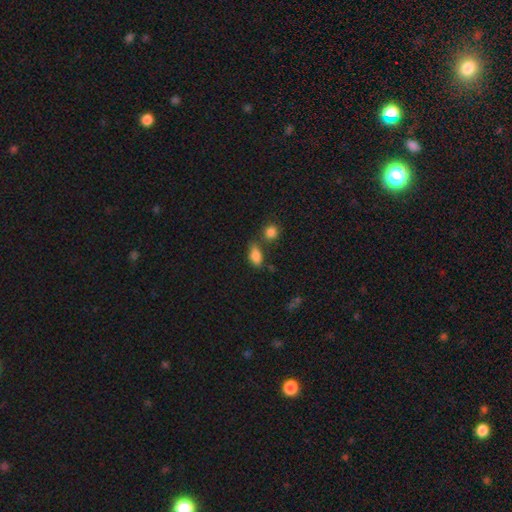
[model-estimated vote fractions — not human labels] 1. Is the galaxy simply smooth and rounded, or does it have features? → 83% smooth, 10% star or artifact, 6% featured or disk.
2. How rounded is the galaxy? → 85% in between, 10% round, 5% cigar-shaped.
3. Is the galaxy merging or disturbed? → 52% none, 23% minor disturbance, 17% merger, 8% major disturbance.